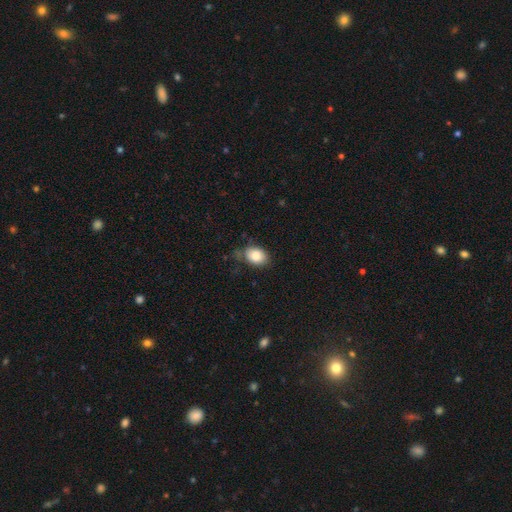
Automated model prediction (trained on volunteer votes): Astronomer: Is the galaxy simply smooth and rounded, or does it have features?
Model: smooth — 85%.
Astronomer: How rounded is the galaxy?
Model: in between — 73%.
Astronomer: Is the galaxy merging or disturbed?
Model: none — 67%.